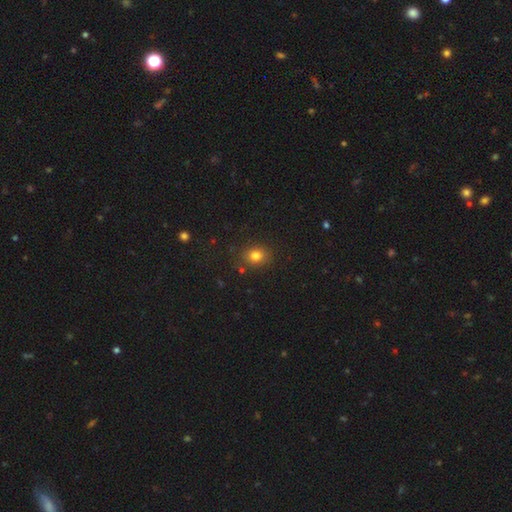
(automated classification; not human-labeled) Smooth or featured? smooth (80%)
How rounded? round (63%)
Merging? none (85%)